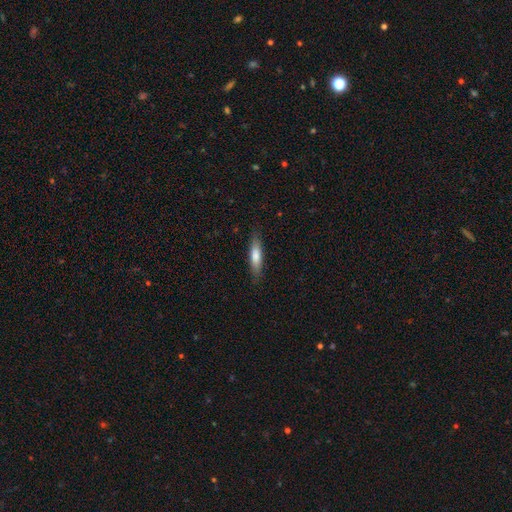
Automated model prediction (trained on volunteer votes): This is likely a smooth galaxy (73%). How rounded: likely cigar-shaped (75%). Merging: clearly none (85%).